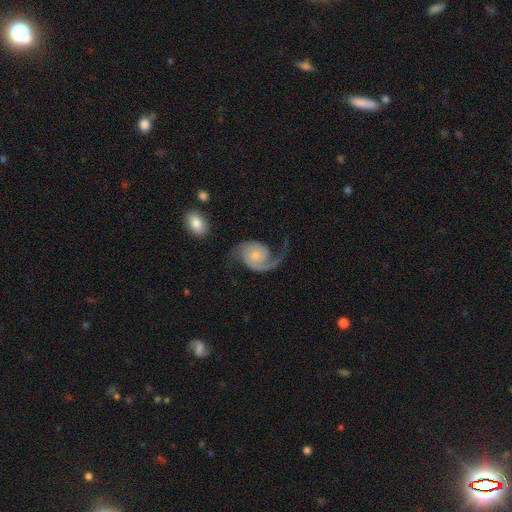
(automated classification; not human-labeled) Smooth or featured? Predicted: featured or disk (p=0.87). Edge-on disk? Predicted: no (p=0.98). Bar? Predicted: no (p=0.73). Spiral arms? Predicted: yes (p=0.97). Spiral winding? Predicted: loose (p=0.45). Spiral arm count? Predicted: 2 (p=0.82). Bulge size? Predicted: small (p=0.49). Merging? Predicted: none (p=0.62).